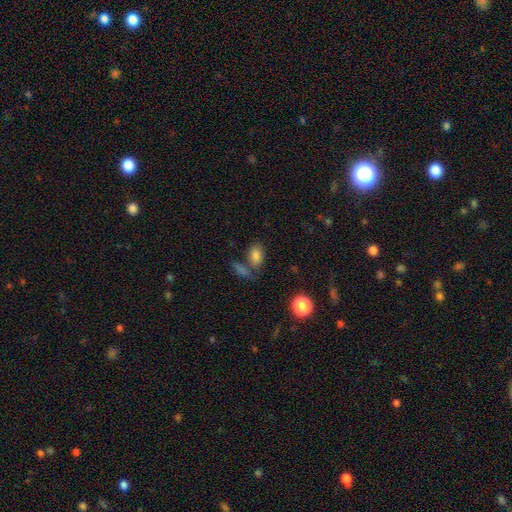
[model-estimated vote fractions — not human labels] smooth-or-featured: smooth: 81% | star or artifact: 11% | featured or disk: 8%
  how-rounded: in between: 87% | round: 10% | cigar-shaped: 3%
  merging: none: 58% | merger: 25% | minor disturbance: 12% | major disturbance: 5%